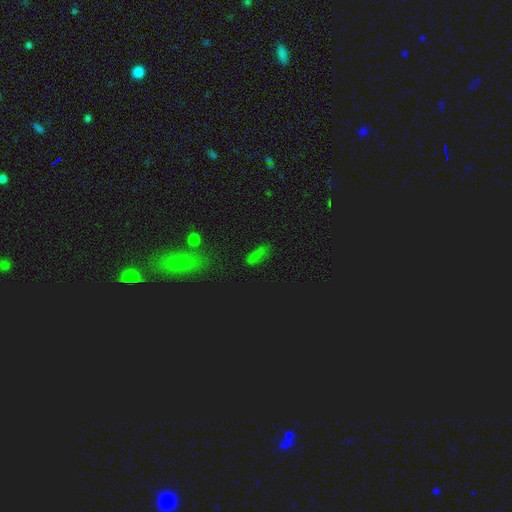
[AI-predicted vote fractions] Smooth or featured: smooth — 61% (star or artifact — 30%)
How rounded: in between — 50% (cigar-shaped — 42%)
Merging: none — 65% (minor disturbance — 20%)